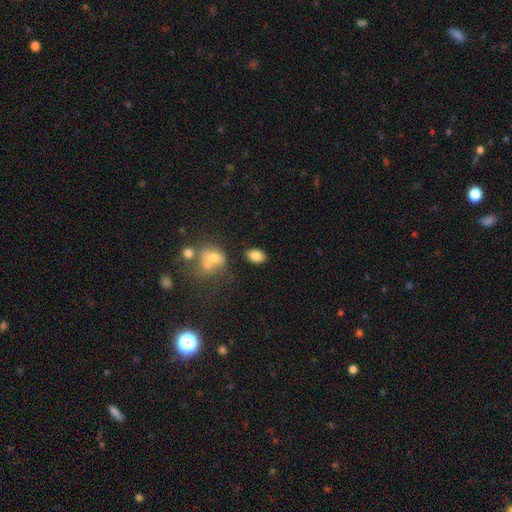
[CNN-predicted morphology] A smooth galaxy with no disk features (84%) that is in between round and cigar-shaped (84%).

Vote fractions:
- Smooth or featured? smooth: 84% / star or artifact: 9% / featured or disk: 7%
- How rounded? in between: 84% / round: 15% / cigar-shaped: 1%
- Merging? none: 82% / minor disturbance: 10% / merger: 5% / major disturbance: 3%